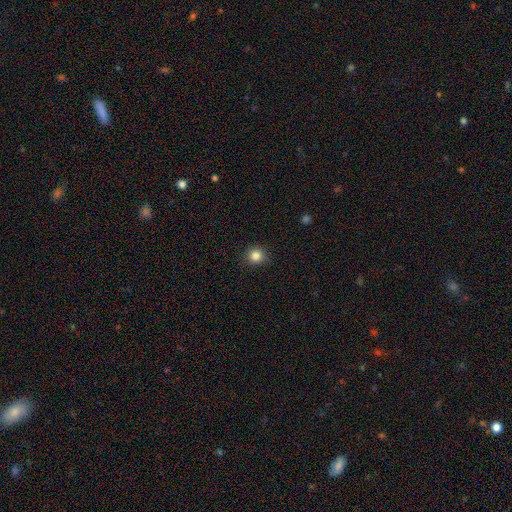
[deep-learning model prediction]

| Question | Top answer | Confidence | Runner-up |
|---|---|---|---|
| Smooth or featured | smooth | 84% | star or artifact (12%) |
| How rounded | round | 91% | in between (8%) |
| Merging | none | 89% | minor disturbance (8%) |